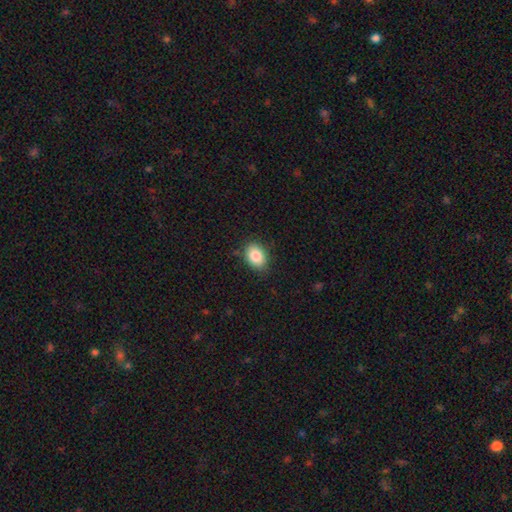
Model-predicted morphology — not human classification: Smooth or featured? smooth (85%)
How rounded? in between (75%)
Merging? none (83%)